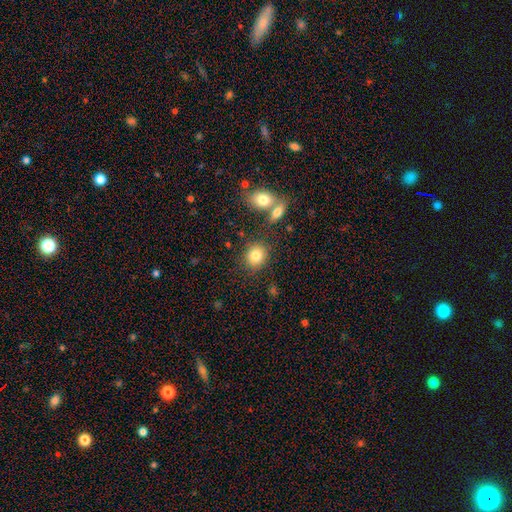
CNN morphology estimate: smooth-or-featured: smooth: 82% | star or artifact: 10% | featured or disk: 8%
  how-rounded: round: 65% | in between: 34% | cigar-shaped: 1%
  merging: none: 77% | minor disturbance: 10% | merger: 9% | major disturbance: 3%